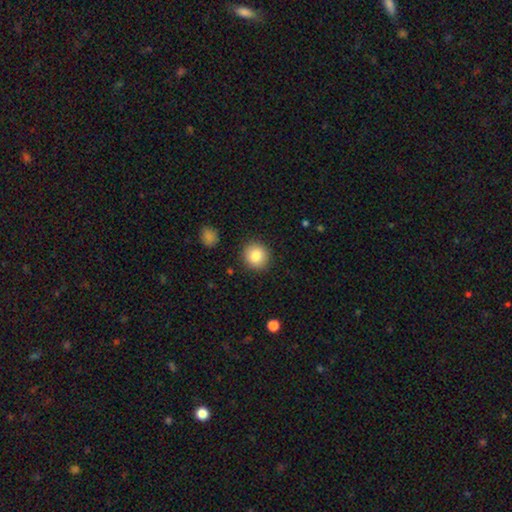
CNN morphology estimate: Smooth or featured? smooth (84%)
How rounded? round (90%)
Merging? none (90%)